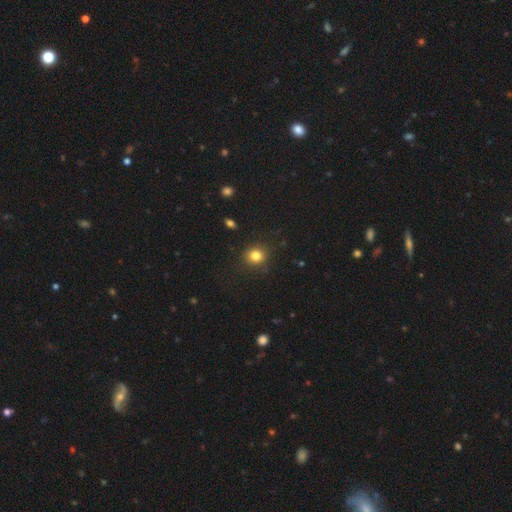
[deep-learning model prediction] smooth_or_featured: smooth (p=0.82) [alt: star or artifact p=0.12]
how_rounded: round (p=0.81) [alt: in between p=0.18]
merging: none (p=0.88) [alt: minor disturbance p=0.08]